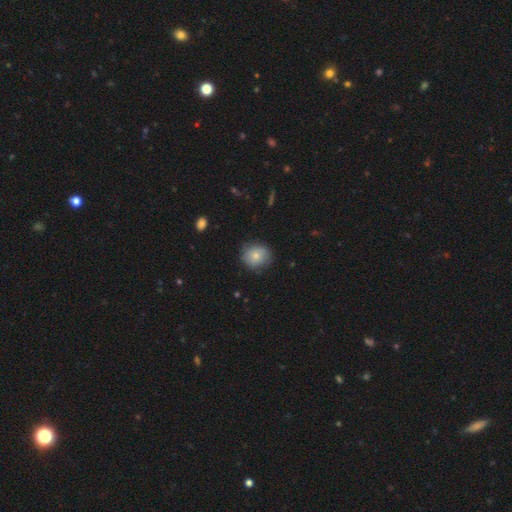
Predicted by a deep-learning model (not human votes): A smooth galaxy with no disk features (78%) that is round (84%).

Vote fractions:
- Smooth or featured? smooth: 78% / featured or disk: 14% / star or artifact: 8%
- How rounded? round: 84% / in between: 15% / cigar-shaped: 1%
- Merging? none: 80% / minor disturbance: 16% / major disturbance: 3% / merger: 1%